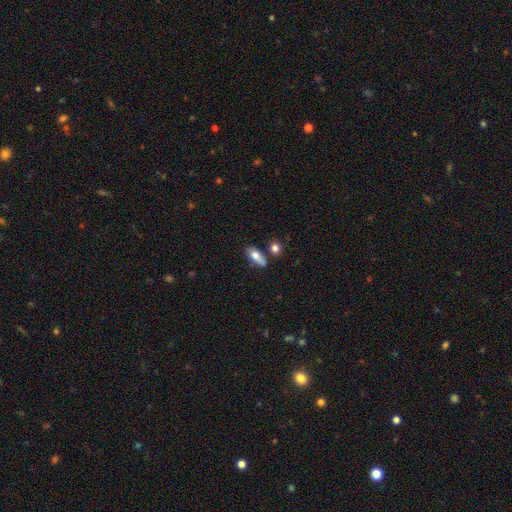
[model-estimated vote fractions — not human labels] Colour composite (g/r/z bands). It shows a smooth galaxy with no disk features (74%) that is in between round and cigar-shaped (77%). Merging: none (61%).